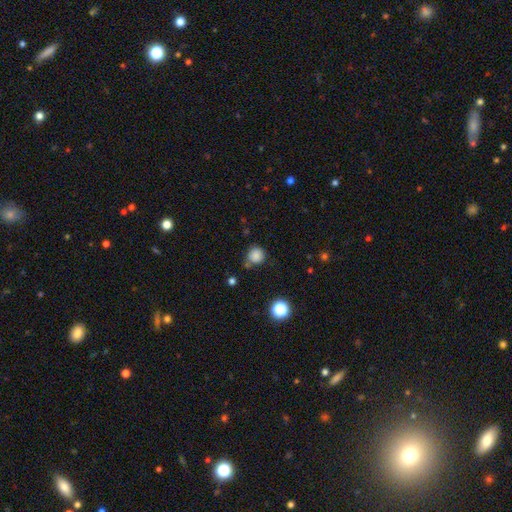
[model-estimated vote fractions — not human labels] smooth-or-featured: smooth: 84% | star or artifact: 12% | featured or disk: 4%
  how-rounded: round: 91% | in between: 8% | cigar-shaped: 1%
  merging: none: 73% | minor disturbance: 16% | merger: 6% | major disturbance: 4%